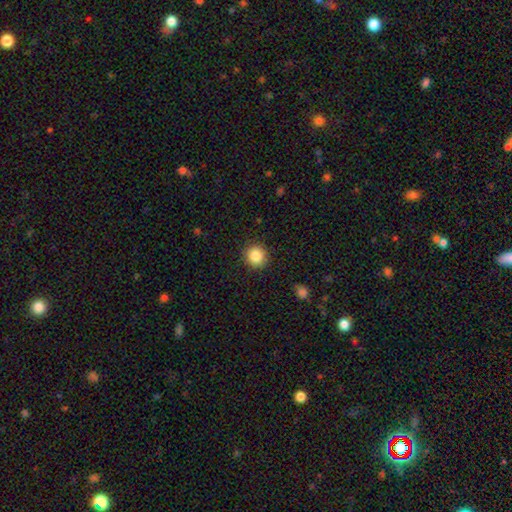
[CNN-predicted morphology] A smooth galaxy with no disk features (85%) that is round (91%).

Vote fractions:
- Smooth or featured? smooth: 85% / star or artifact: 10% / featured or disk: 5%
- How rounded? round: 91% / in between: 8% / cigar-shaped: 1%
- Merging? none: 90% / minor disturbance: 7% / major disturbance: 2% / merger: 1%